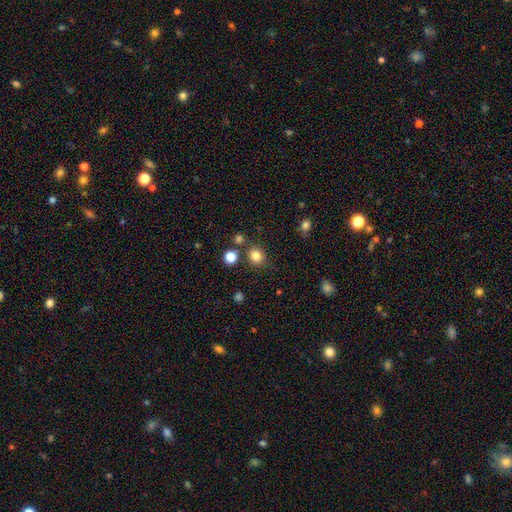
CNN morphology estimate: This appears to be a smooth galaxy with no disk features (82%) that is round (78%). Merging: none (79%).